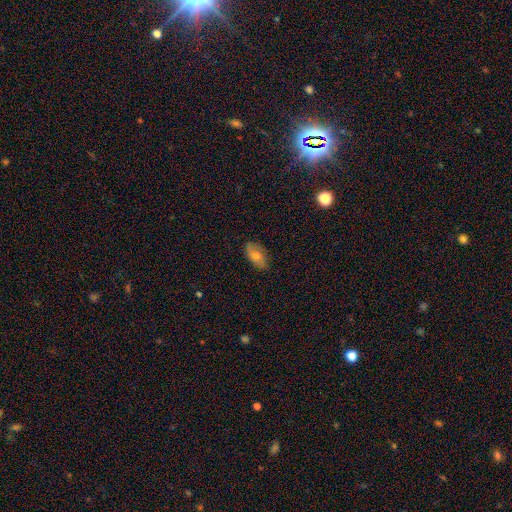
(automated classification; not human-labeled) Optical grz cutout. It shows a smooth galaxy with no disk features (59%) that is in between round and cigar-shaped (89%). Merging: none (83%).